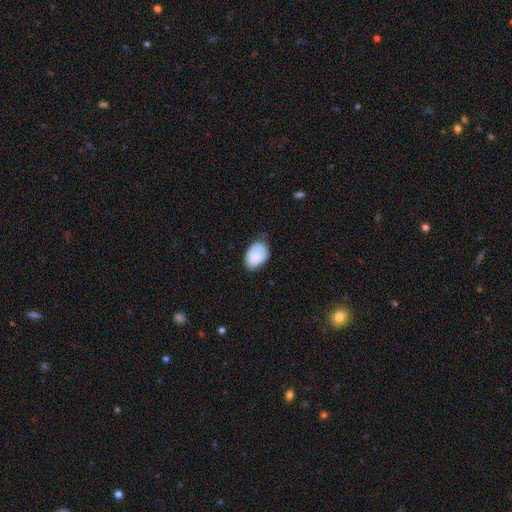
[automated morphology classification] smooth-or-featured: smooth: 87% | featured or disk: 7% | star or artifact: 6%
  how-rounded: in between: 83% | round: 16% | cigar-shaped: 1%
  merging: none: 67% | minor disturbance: 27% | major disturbance: 4% | merger: 1%